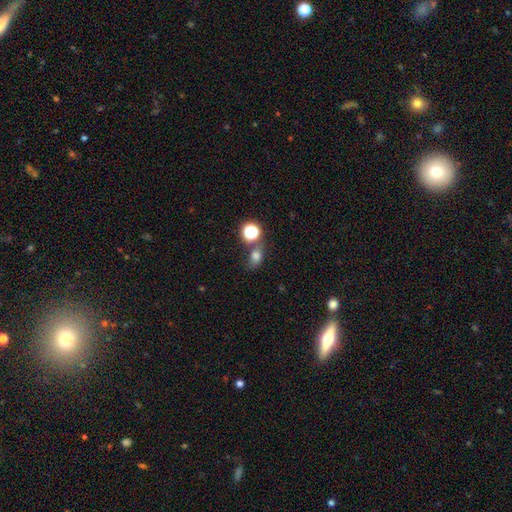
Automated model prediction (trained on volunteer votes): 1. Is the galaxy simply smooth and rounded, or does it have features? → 70% smooth, 21% star or artifact, 9% featured or disk.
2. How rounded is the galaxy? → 58% in between, 40% round, 2% cigar-shaped.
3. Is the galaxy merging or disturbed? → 60% none, 18% merger, 15% minor disturbance, 7% major disturbance.